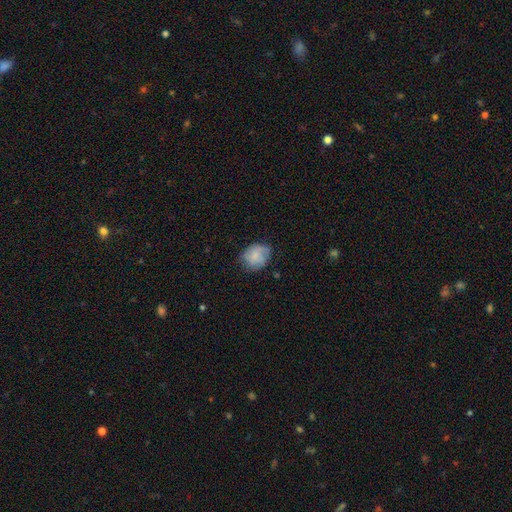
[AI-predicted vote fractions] smooth-or-featured: smooth: 68% | featured or disk: 24% | star or artifact: 8%
  how-rounded: round: 55% | in between: 44% | cigar-shaped: 1%
  merging: none: 64% | minor disturbance: 27% | major disturbance: 8% | merger: 1%